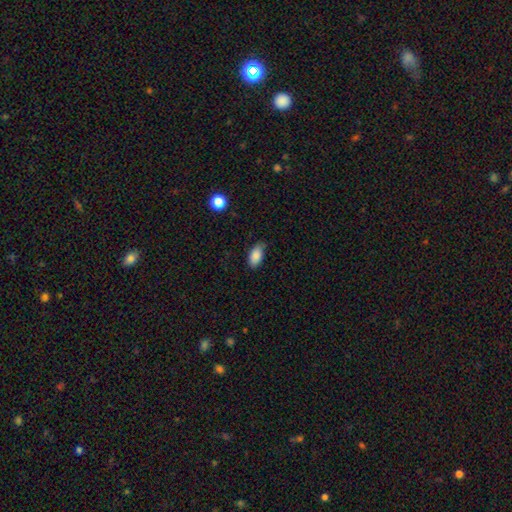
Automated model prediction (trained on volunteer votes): smooth 87%, star or artifact 8%, featured or disk 6%. Down the decision tree: how rounded — in between (92%); merging — none (70%).